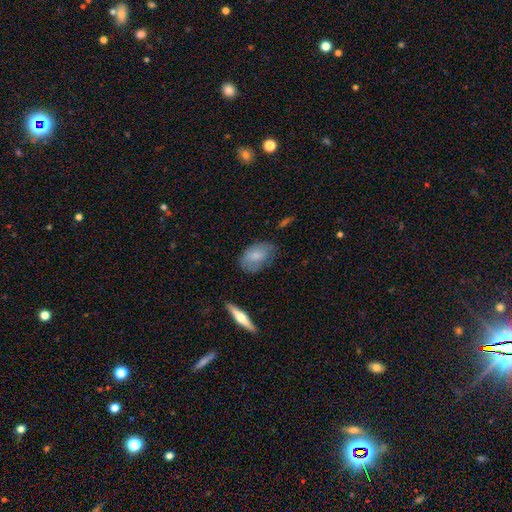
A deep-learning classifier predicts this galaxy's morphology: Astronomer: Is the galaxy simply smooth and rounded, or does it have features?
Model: smooth — 73%.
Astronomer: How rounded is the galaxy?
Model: in between — 89%.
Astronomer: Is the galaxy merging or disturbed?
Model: none — 61%.